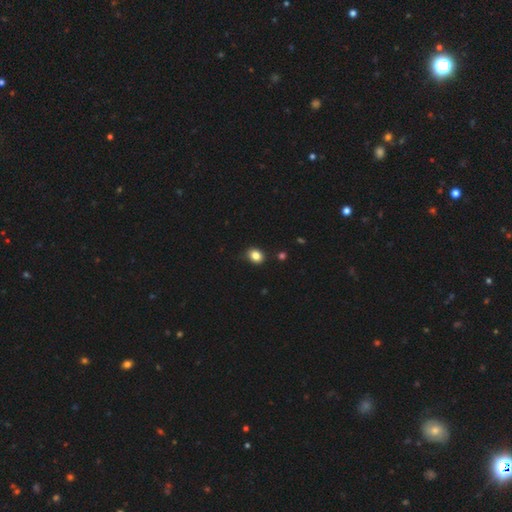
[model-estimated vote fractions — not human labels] A smooth galaxy with no disk features (83%) that is round (56%). Merging: none (84%).